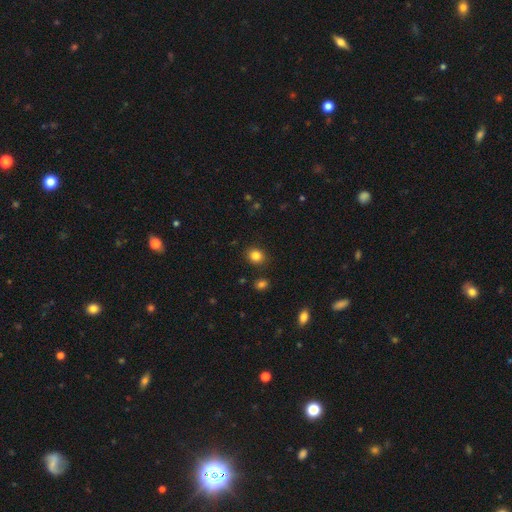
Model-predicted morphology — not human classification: Q: Smooth or featured?
A: smooth (83%); runner-up: star or artifact (12%)
Q: How rounded?
A: round (70%); runner-up: in between (29%)
Q: Merging?
A: none (87%); runner-up: minor disturbance (8%)